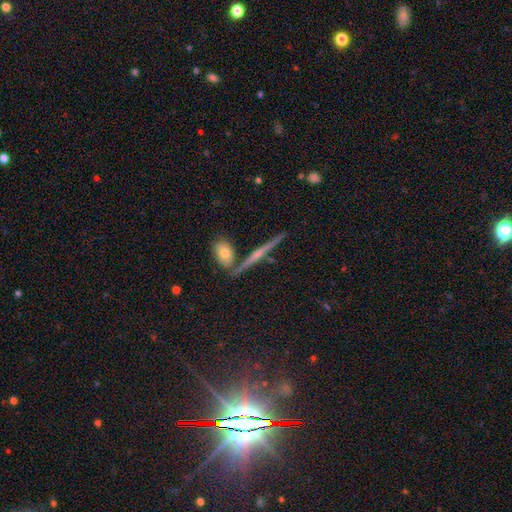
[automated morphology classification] Q: Smooth or featured?
A: featured or disk (68%); runner-up: smooth (22%)
Q: Edge-on disk?
A: yes (96%); runner-up: no (4%)
Q: Edge-on bulge?
A: rounded (54%); runner-up: none (31%)
Q: Merging?
A: none (82%); runner-up: minor disturbance (8%)